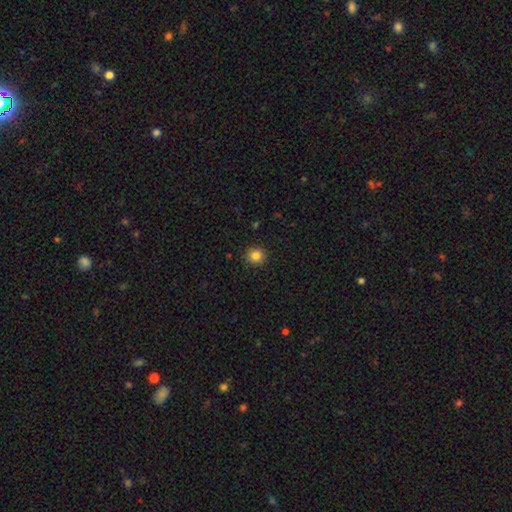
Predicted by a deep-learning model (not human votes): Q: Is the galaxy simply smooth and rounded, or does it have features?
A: smooth — 84%.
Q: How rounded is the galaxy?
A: round — 91%.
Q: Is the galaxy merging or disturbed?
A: none — 91%.